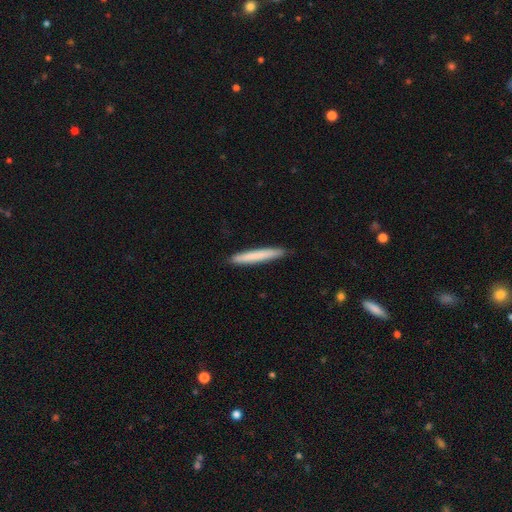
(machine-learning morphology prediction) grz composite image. It shows a smooth galaxy with no disk features (75%) that is cigar-shaped (97%). Merging: none (90%).